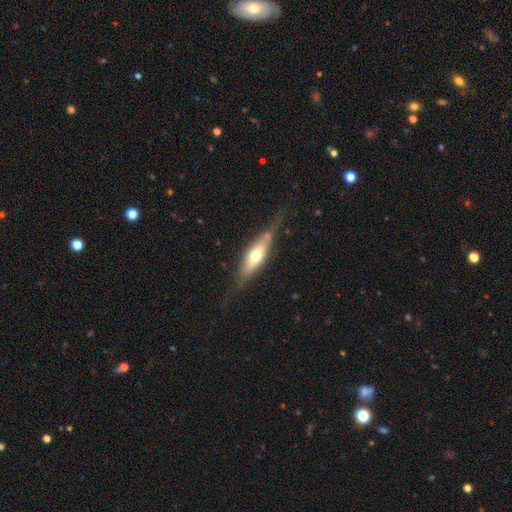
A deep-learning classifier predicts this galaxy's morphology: A featured or disk galaxy (48%).

Vote fractions:
- Smooth or featured? featured or disk: 48% / smooth: 46% / star or artifact: 6%
- Merging? none: 64% / minor disturbance: 23% / major disturbance: 10% / merger: 3%